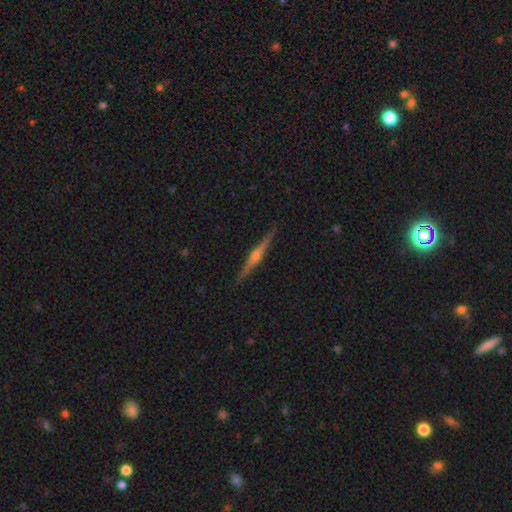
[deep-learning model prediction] featured or disk 84%, smooth 11%, star or artifact 6%. Down the decision tree: edge-on disk — yes (99%); edge-on bulge — rounded (92%); merging — none (92%).